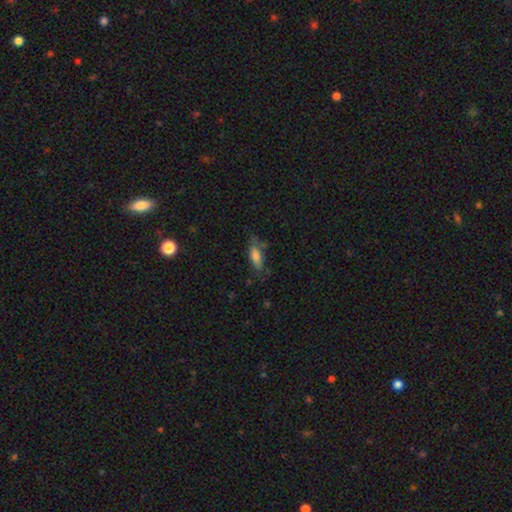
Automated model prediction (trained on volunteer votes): Smooth or featured: smooth — 74% (featured or disk — 18%)
How rounded: in between — 69% (cigar-shaped — 29%)
Merging: none — 58% (minor disturbance — 28%)